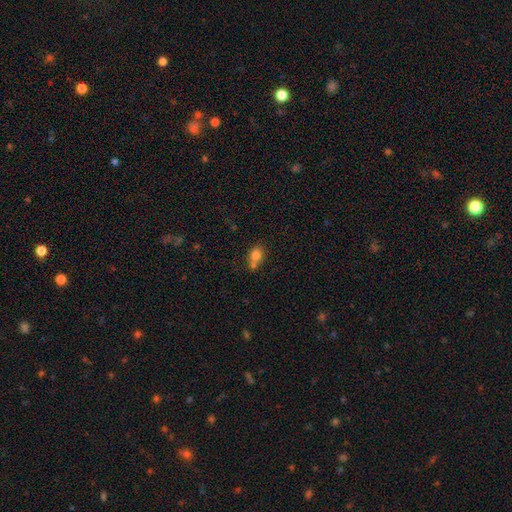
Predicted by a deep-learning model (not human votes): Q: Smooth or featured?
A: smooth (79%); runner-up: star or artifact (11%)
Q: How rounded?
A: round (51%); runner-up: in between (47%)
Q: Merging?
A: merger (44%); runner-up: none (40%)